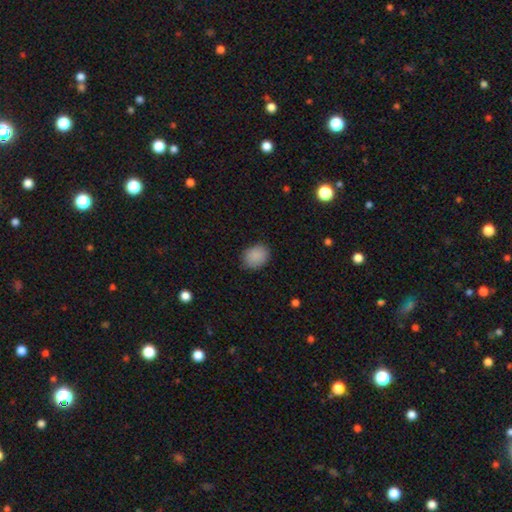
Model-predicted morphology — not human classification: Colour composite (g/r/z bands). It shows a smooth galaxy with no disk features (88%) that is in between round and cigar-shaped (55%). Merging: none (84%).